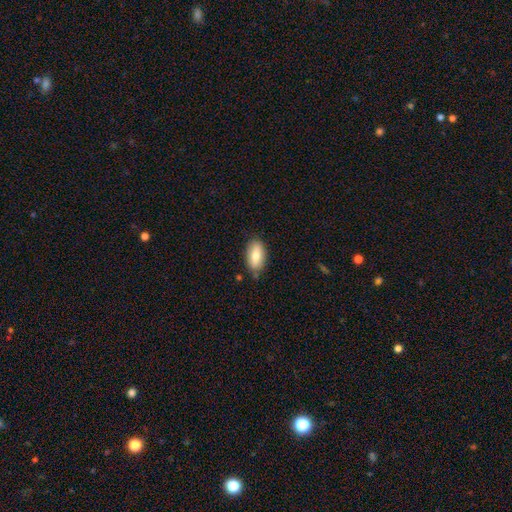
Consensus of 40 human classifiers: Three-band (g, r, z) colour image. It shows a smooth galaxy with no disk features (78%) that is in between round and cigar-shaped (90%). Merging: none (72%).